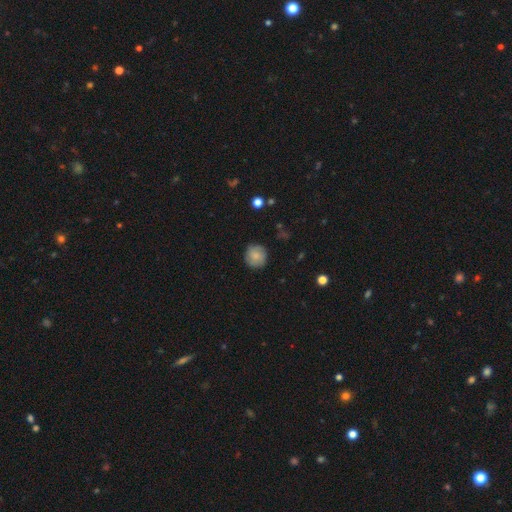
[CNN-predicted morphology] Smooth or featured? Predicted: smooth (p=0.81). How rounded? Predicted: round (p=0.91). Merging? Predicted: none (p=0.86).